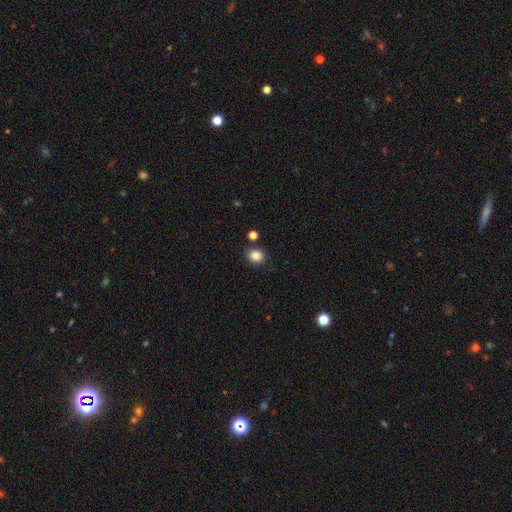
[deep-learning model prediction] A smooth galaxy with no disk features (86%) that is round (67%). Merging: none (83%).